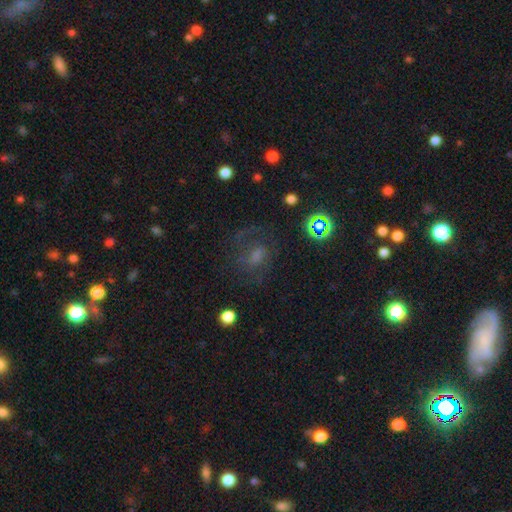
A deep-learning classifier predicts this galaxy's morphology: featured or disk 38%, smooth 37%, star or artifact 25%. Down the decision tree: merging — none (55%).